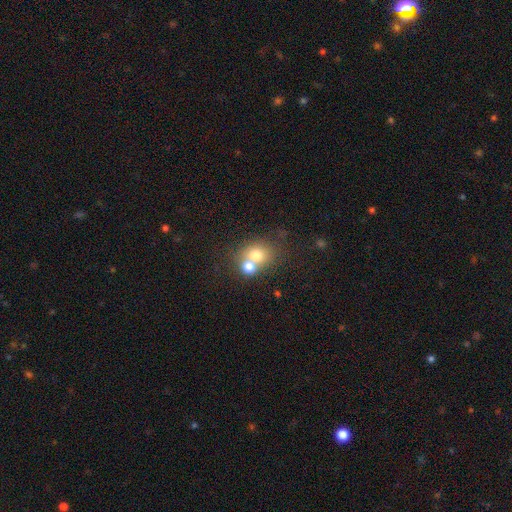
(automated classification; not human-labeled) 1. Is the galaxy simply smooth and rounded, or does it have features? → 71% smooth, 17% featured or disk, 12% star or artifact.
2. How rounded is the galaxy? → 65% round, 34% in between, 1% cigar-shaped.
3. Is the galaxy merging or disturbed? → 53% merger, 36% none, 7% minor disturbance, 4% major disturbance.